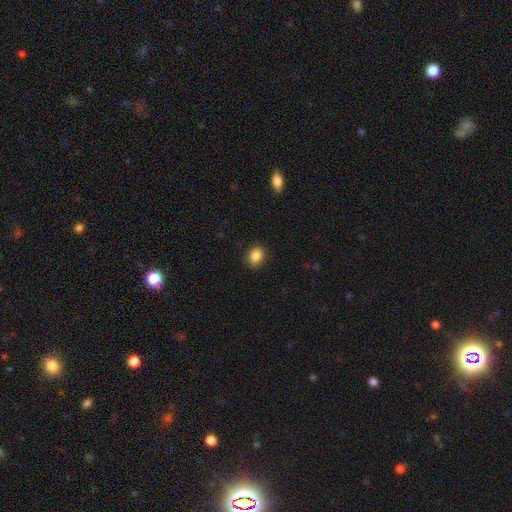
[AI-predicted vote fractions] Smooth or featured: smooth — 87% (star or artifact — 9%)
How rounded: in between — 59% (round — 40%)
Merging: none — 87% (minor disturbance — 10%)